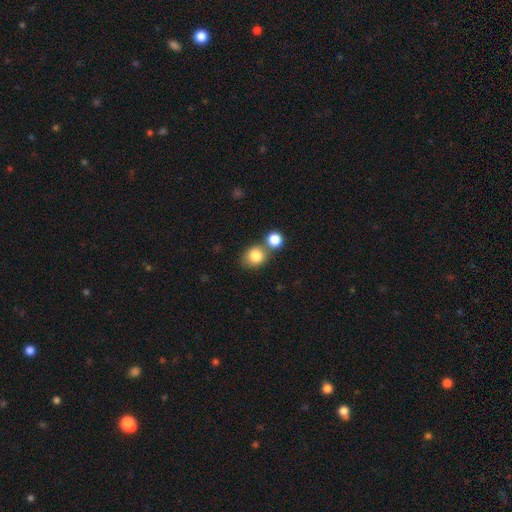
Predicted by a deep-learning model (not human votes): Overall: smooth (84%). How rounded: round (69%; in between 30%). Merging: none (53%; merger 32%).